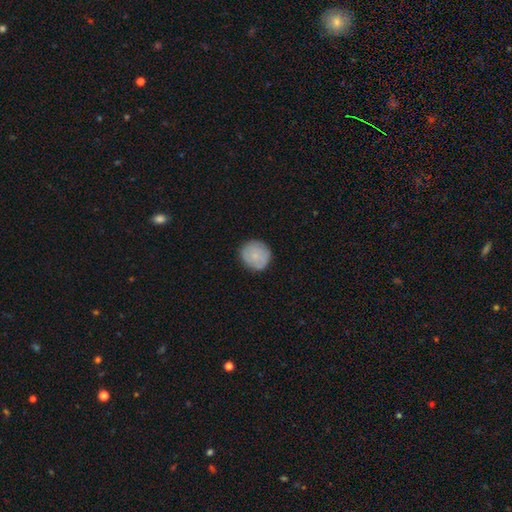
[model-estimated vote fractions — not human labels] A smooth galaxy with no disk features (74%) that is round (91%).

Vote fractions:
- Smooth or featured? smooth: 74% / featured or disk: 19% / star or artifact: 6%
- How rounded? round: 91% / in between: 8% / cigar-shaped: 1%
- Merging? none: 86% / minor disturbance: 11% / major disturbance: 2% / merger: 1%